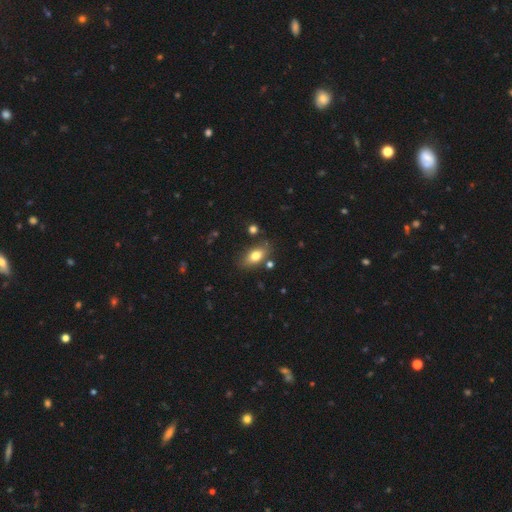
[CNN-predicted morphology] Overall: smooth (76%). How rounded: in between (85%). Merging: none (76%).